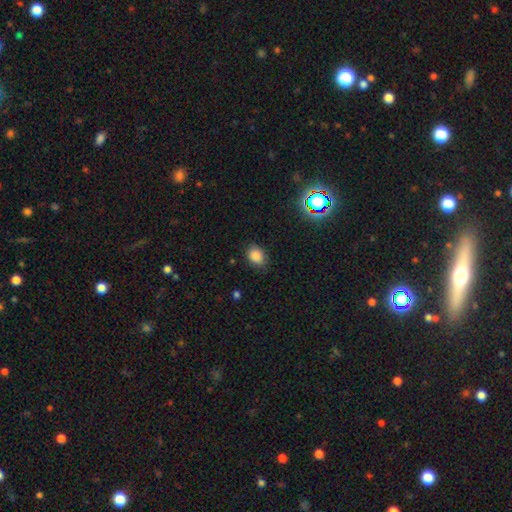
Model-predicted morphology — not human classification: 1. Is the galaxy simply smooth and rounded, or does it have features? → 83% smooth, 12% star or artifact, 5% featured or disk.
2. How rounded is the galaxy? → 67% in between, 32% round, 1% cigar-shaped.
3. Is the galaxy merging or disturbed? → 79% none, 17% minor disturbance, 3% major disturbance, 1% merger.